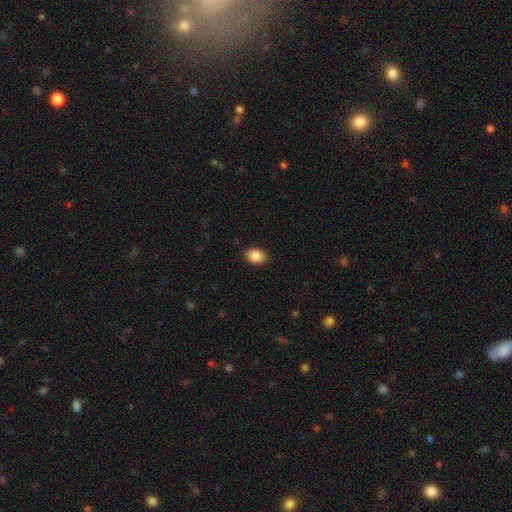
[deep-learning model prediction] Smooth or featured? Predicted: smooth (p=0.88). How rounded? Predicted: in between (p=0.80). Merging? Predicted: none (p=0.88).